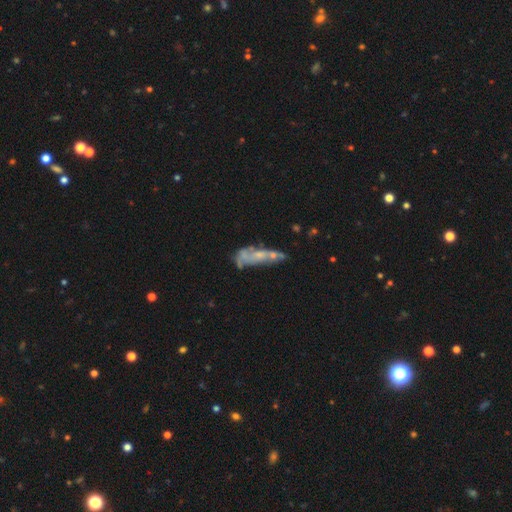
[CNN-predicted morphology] type=featured or disk (54%); edge-on=no (84%); merging=none (33%).